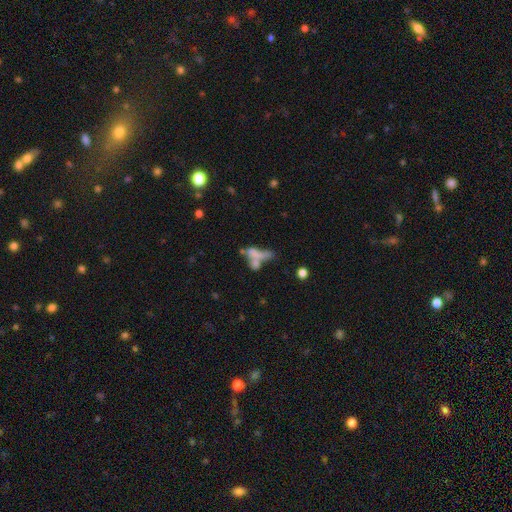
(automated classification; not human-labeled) smooth_or_featured: smooth (p=0.53) [alt: featured or disk p=0.33]
how_rounded: in between (p=0.51) [alt: cigar-shaped p=0.42]
merging: merger (p=0.48) [alt: none p=0.22]